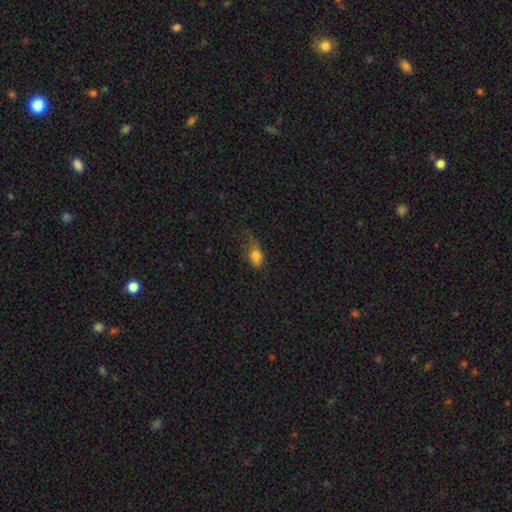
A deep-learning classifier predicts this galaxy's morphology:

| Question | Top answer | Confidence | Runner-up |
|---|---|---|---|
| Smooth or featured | smooth | 76% | featured or disk (14%) |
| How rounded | in between | 81% | round (13%) |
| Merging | minor disturbance | 35% | major disturbance (32%) |